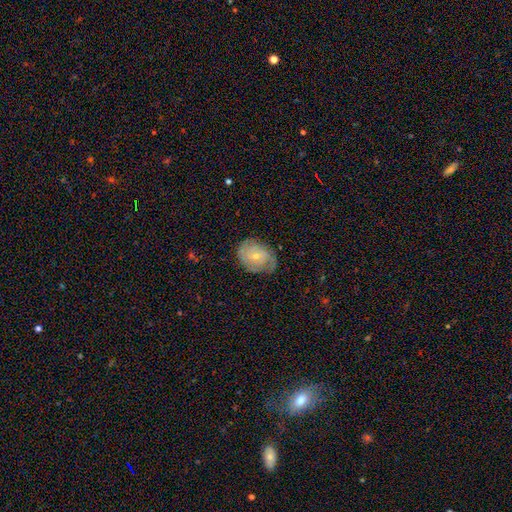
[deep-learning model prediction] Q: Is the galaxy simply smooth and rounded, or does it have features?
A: featured or disk — 63%.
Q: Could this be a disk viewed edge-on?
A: no — 97%.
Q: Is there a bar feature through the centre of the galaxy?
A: no — 71%.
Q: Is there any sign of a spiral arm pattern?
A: yes — 85%.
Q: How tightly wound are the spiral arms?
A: tight — 59%.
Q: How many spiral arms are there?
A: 2 — 38%.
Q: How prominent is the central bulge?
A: small — 68%.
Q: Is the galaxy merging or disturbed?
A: none — 71%.